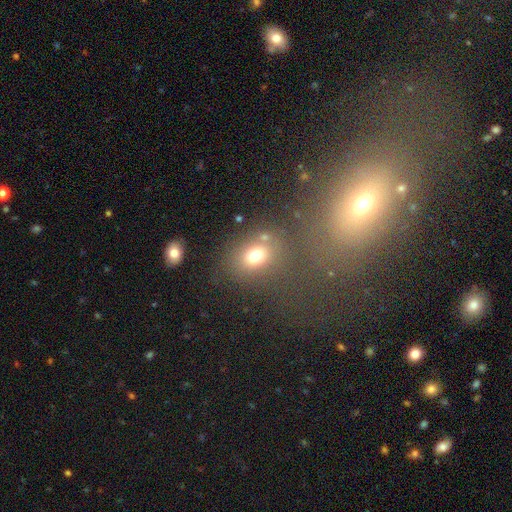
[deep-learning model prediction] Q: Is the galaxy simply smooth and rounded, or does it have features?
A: smooth — 72%.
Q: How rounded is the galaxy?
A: in between — 52%.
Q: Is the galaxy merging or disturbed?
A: none — 65%.